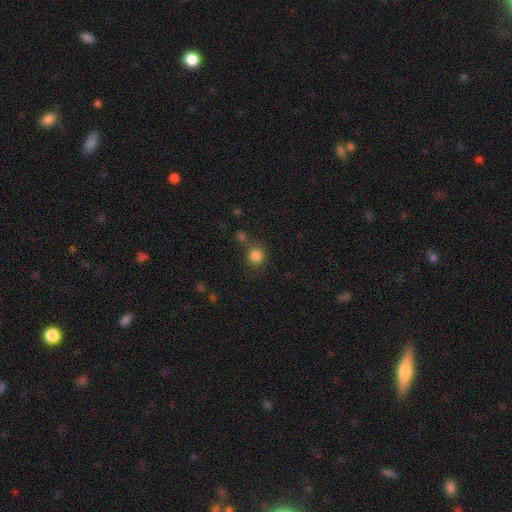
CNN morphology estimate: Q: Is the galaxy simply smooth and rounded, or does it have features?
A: smooth — 83%.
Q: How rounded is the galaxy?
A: round — 89%.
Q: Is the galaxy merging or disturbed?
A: none — 70%.